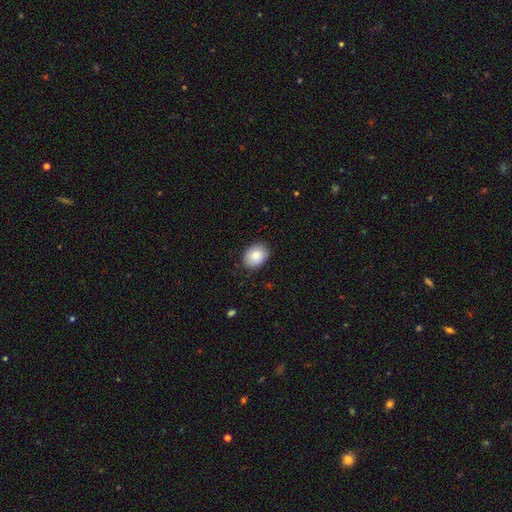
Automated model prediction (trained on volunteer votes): This appears to be a smooth galaxy with no disk features (83%) that is in between round and cigar-shaped (60%). Merging: none (87%).